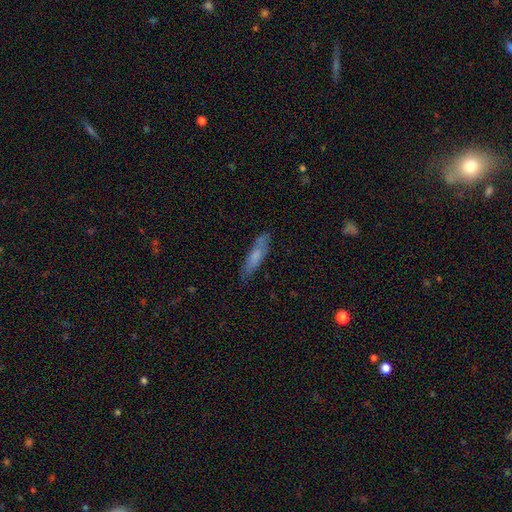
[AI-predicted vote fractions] Overall: smooth (67%). How rounded: cigar-shaped (74%). Merging: none (76%).